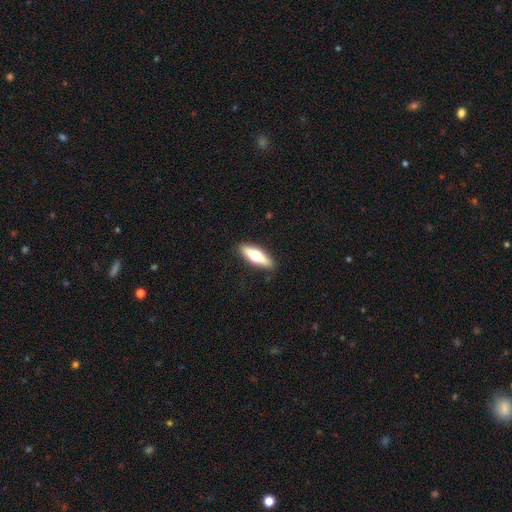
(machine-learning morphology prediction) Smooth or featured? smooth (53%)
How rounded? cigar-shaped (56%)
Merging? none (88%)